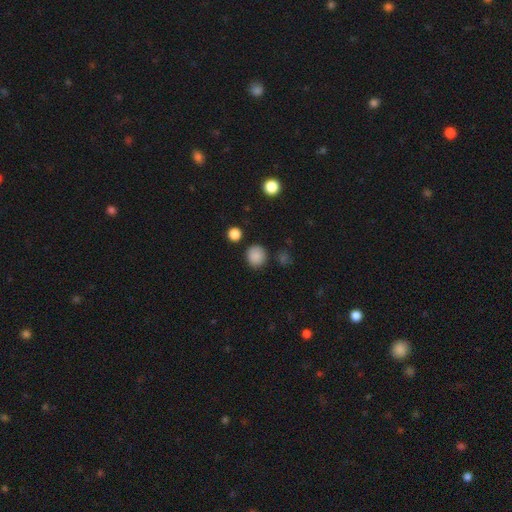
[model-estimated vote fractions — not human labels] This appears to be a smooth galaxy with no disk features (86%) that is round (89%). Merging: none (86%).